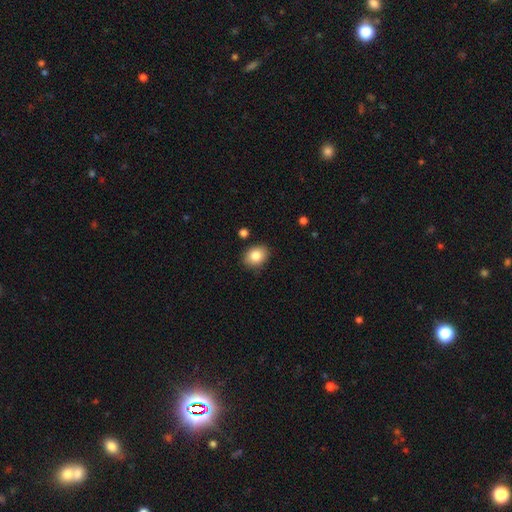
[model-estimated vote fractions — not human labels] smooth 84%, star or artifact 9%, featured or disk 8%. Down the decision tree: how rounded — in between (55%); merging — none (85%).